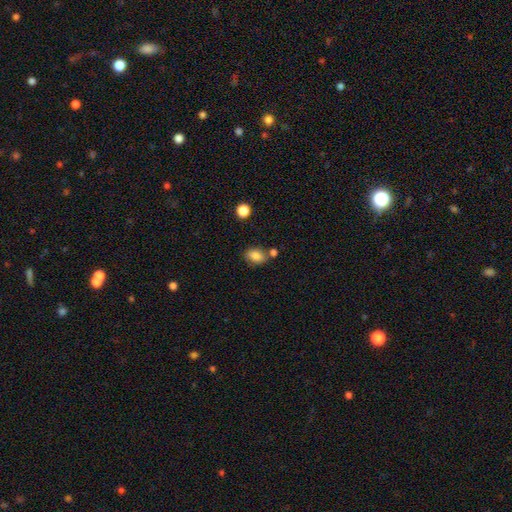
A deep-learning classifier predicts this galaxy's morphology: smooth_or_featured: smooth (p=0.81) [alt: star or artifact p=0.10]
how_rounded: in between (p=0.75) [alt: round p=0.24]
merging: none (p=0.67) [alt: minor disturbance p=0.16]